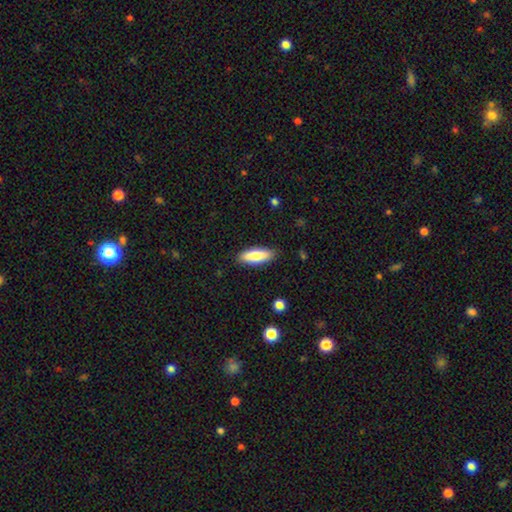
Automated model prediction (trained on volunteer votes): smooth-or-featured: smooth: 81% | featured or disk: 13% | star or artifact: 6%
  how-rounded: in between: 61% | cigar-shaped: 37% | round: 2%
  merging: none: 88% | minor disturbance: 9% | major disturbance: 2% | merger: 1%